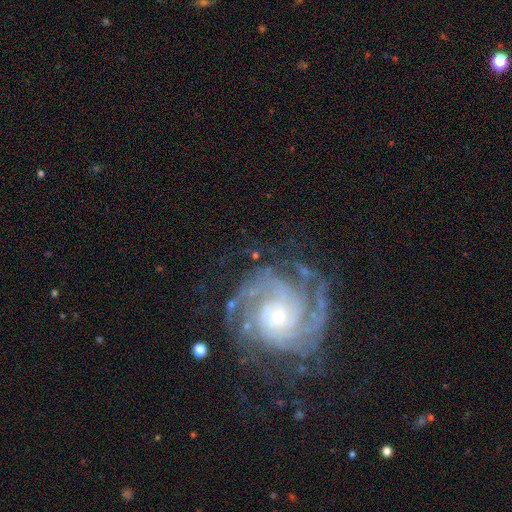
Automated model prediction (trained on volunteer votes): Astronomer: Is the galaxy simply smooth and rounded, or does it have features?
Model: featured or disk — 89%.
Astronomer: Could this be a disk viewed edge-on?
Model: no — 98%.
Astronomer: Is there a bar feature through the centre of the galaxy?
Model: no — 70%.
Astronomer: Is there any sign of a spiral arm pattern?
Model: yes — 98%.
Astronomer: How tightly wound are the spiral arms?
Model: tight — 66%.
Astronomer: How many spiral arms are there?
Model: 3 — 24% (runner-up: 2, 21%).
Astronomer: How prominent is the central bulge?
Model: small — 65%.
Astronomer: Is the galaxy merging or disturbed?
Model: none — 70%.